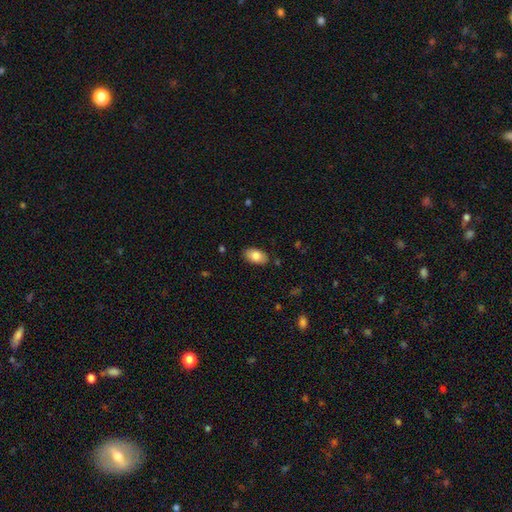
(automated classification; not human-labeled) Smooth or featured: smooth — 83% (featured or disk — 10%)
How rounded: in between — 94% (round — 5%)
Merging: none — 85% (minor disturbance — 12%)